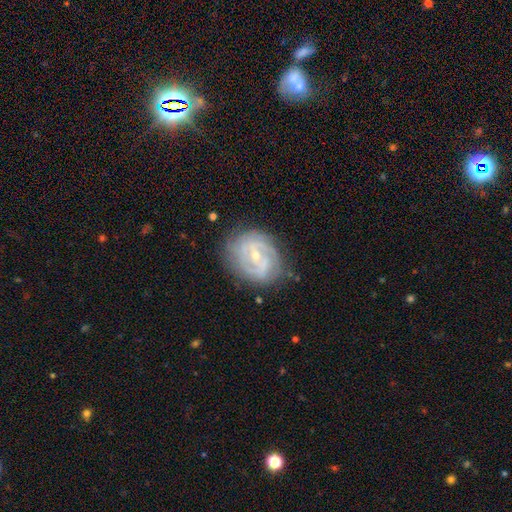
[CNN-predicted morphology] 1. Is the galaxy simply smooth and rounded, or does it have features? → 83% featured or disk, 11% smooth, 7% star or artifact.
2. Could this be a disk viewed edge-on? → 97% no, 3% yes.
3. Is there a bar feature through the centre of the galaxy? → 47% weak, 35% no, 18% strong.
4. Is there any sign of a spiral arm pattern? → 93% yes, 7% no.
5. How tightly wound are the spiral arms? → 62% tight, 31% medium, 8% loose.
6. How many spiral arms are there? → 44% 2, 27% can't tell, 15% 3, 6% 4, 4% 1, 4% more than 4.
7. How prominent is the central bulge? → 64% small, 33% moderate, 1% large, 1% none, 1% dominant.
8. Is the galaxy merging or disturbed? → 75% none, 18% minor disturbance, 6% major disturbance, 1% merger.